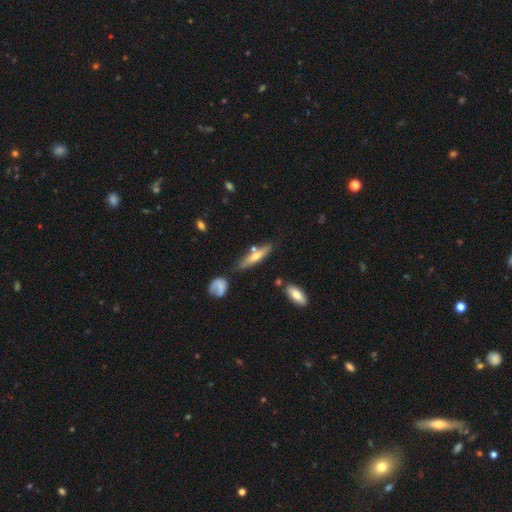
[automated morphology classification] The model was most divided on "smooth or featured": smooth: 50%, featured or disk: 43%, star or artifact: 7%. More confident: merging — none (70%).